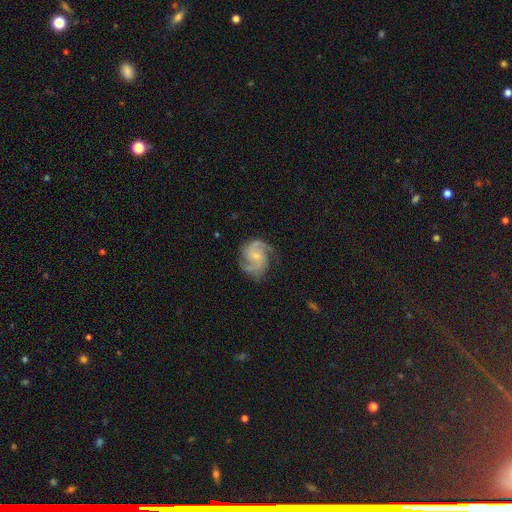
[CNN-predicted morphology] Smooth or featured: featured or disk — 89% (smooth — 6%)
Edge-on disk: no — 98% (yes — 2%)
Bar: no — 60% (weak — 33%)
Spiral arms: yes — 98% (no — 2%)
Spiral winding: medium — 57% (tight — 29%)
Spiral arm count: 2 — 63% (3 — 23%)
Bulge size: small — 67% (moderate — 23%)
Merging: none — 75% (minor disturbance — 17%)